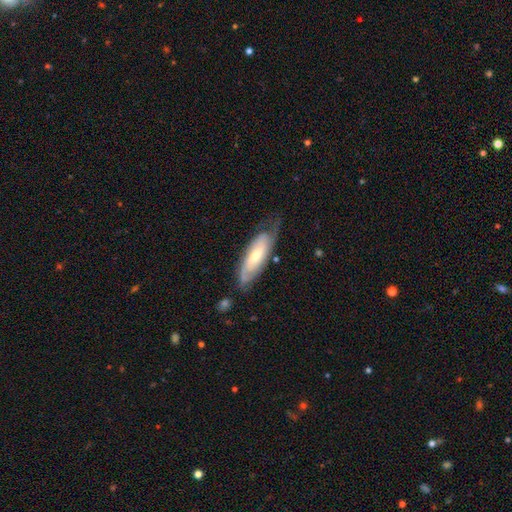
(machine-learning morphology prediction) Smooth or featured? featured or disk (65%)
Edge-on disk? no (81%)
Bar? no (47%)
Spiral arms? yes (87%)
Bulge size? moderate (54%)
Merging? none (59%)